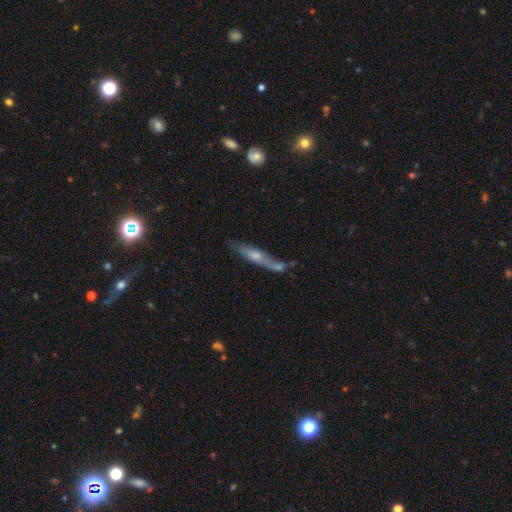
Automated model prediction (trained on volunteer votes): A featured or disk galaxy (53%) viewed edge-on (68%).

Vote fractions:
- Smooth or featured? featured or disk: 53% / smooth: 39% / star or artifact: 8%
- Edge-on disk? yes: 68% / no: 32%
- Merging? none: 40% / merger: 26% / minor disturbance: 20% / major disturbance: 14%